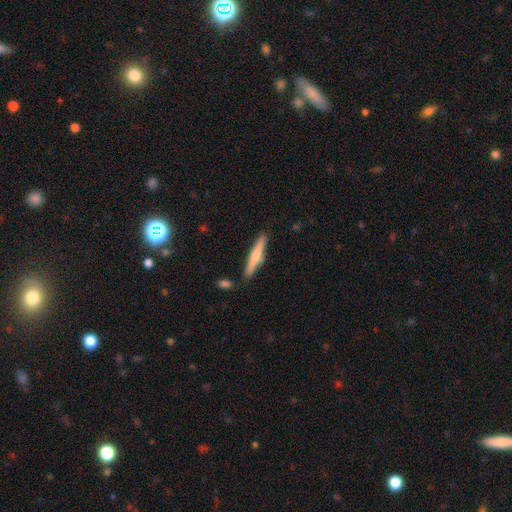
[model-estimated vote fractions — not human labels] This appears to be a smooth galaxy with no disk features (50%). Merging: none (85%).